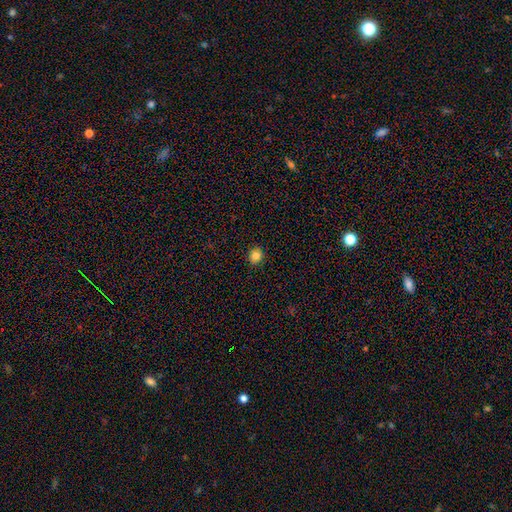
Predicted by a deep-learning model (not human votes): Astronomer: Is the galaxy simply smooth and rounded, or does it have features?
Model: smooth — 83%.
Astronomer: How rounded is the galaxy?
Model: round — 79%.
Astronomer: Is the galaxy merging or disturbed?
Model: none — 91%.